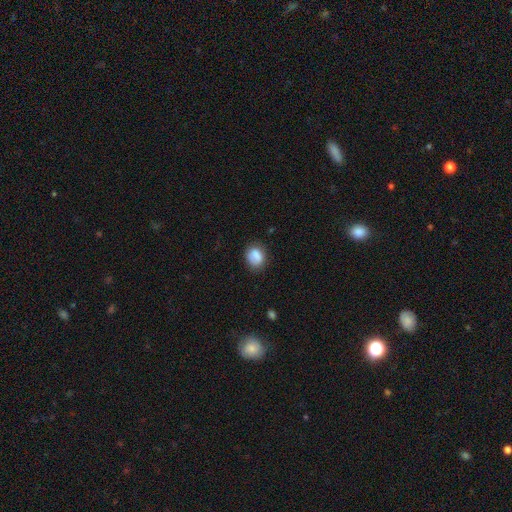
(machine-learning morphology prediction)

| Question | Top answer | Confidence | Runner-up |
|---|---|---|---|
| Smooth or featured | smooth | 80% | featured or disk (12%) |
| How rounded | in between | 50% | round (49%) |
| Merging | none | 69% | minor disturbance (21%) |